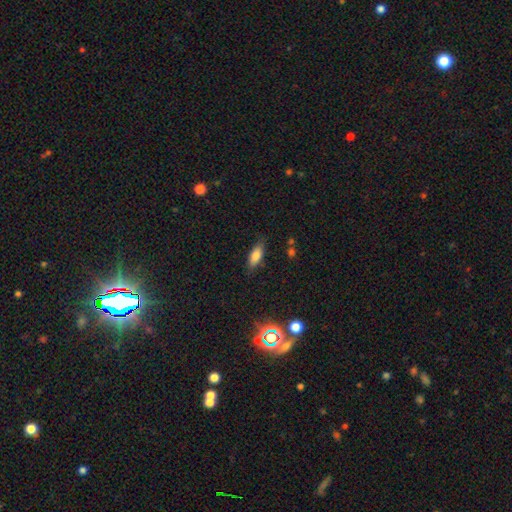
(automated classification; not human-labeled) smooth 77%, featured or disk 13%, star or artifact 9%. Down the decision tree: how rounded — in between (72%); merging — none (80%).